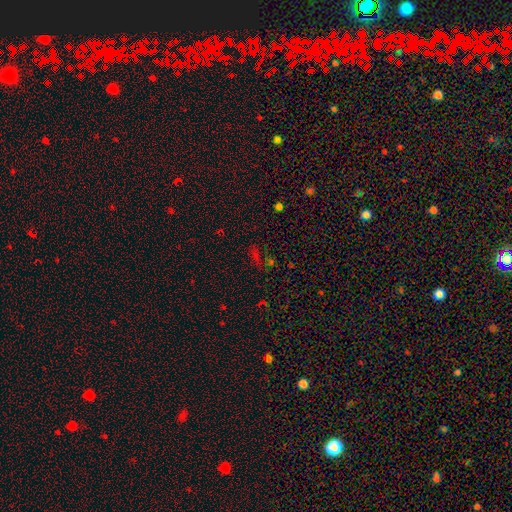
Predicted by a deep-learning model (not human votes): smooth-or-featured: star or artifact: 59% | smooth: 31% | featured or disk: 11%